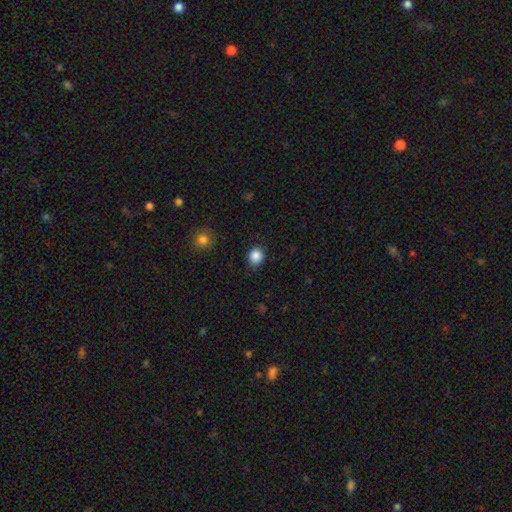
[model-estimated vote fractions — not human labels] A smooth galaxy with no disk features (87%) that is round (78%). Merging: none (87%).